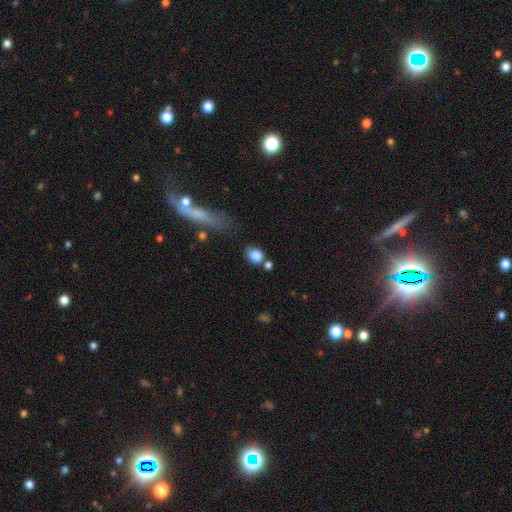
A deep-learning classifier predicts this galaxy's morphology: type=smooth (84%); roundness=round (60%); merging=none (59%).